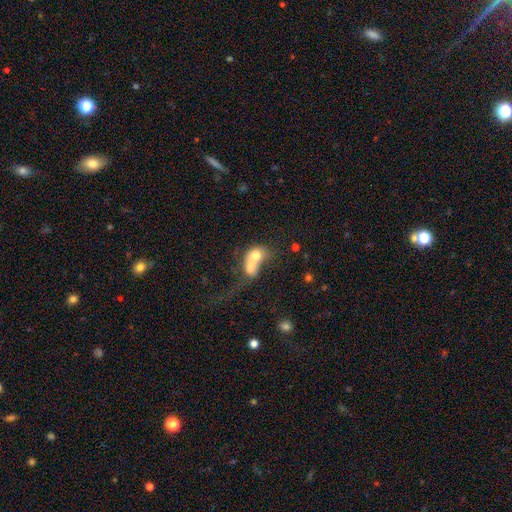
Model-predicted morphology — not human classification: This appears to be a smooth galaxy with no disk features (64%) that is in between round and cigar-shaped (65%). Merging: merger (69%).